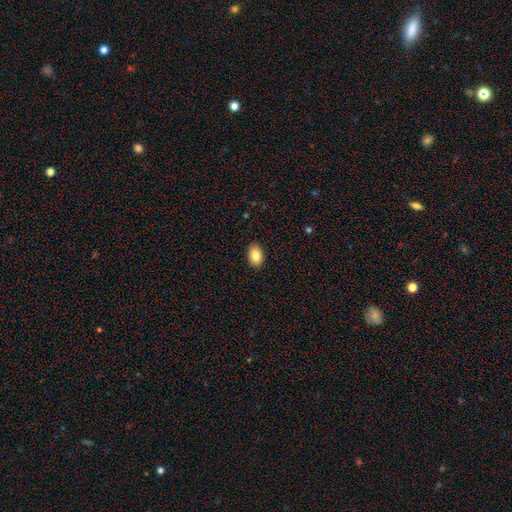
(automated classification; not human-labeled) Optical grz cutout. It shows a smooth galaxy with no disk features (84%) that is in between round and cigar-shaped (87%). Merging: none (89%).